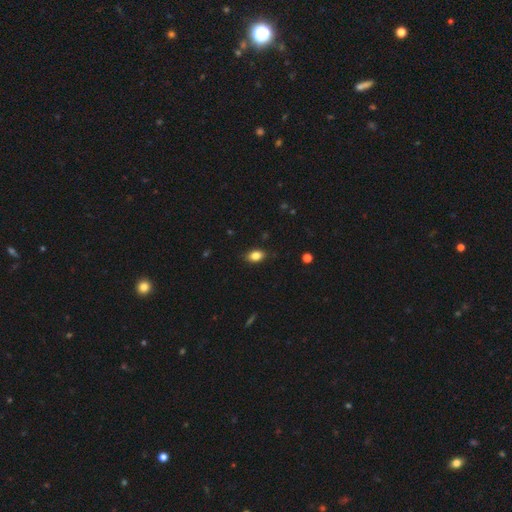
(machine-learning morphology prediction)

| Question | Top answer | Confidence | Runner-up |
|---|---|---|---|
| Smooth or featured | smooth | 84% | star or artifact (9%) |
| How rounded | in between | 83% | round (15%) |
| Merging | none | 86% | minor disturbance (11%) |